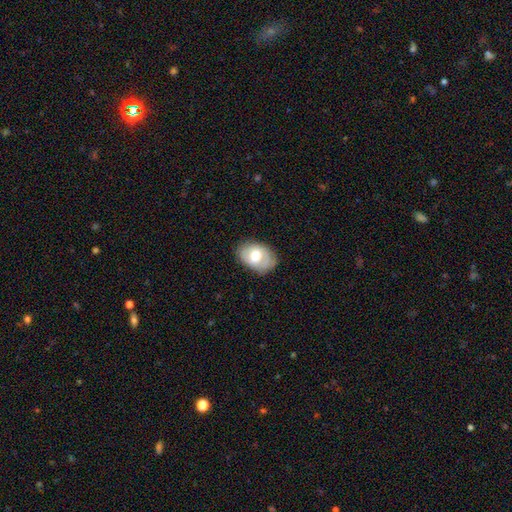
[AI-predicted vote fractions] This is possibly a smooth galaxy (55%). How rounded: clearly in between (82%). Merging: likely none (75%).